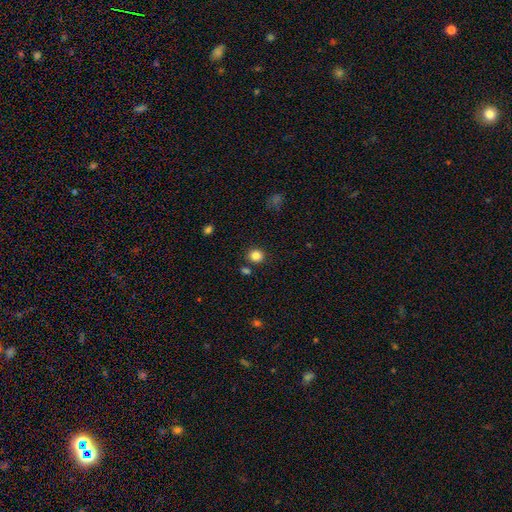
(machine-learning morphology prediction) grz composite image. It shows a smooth galaxy with no disk features (84%) that is round (82%). Merging: none (85%).